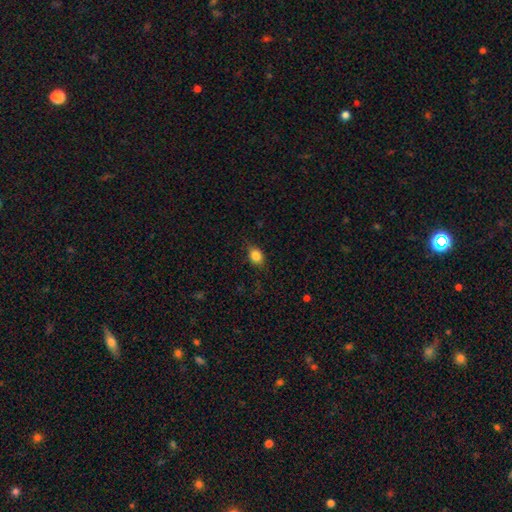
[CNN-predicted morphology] smooth_or_featured: smooth (p=0.84) [alt: star or artifact p=0.10]
how_rounded: in between (p=0.64) [alt: round p=0.34]
merging: none (p=0.81) [alt: minor disturbance p=0.15]